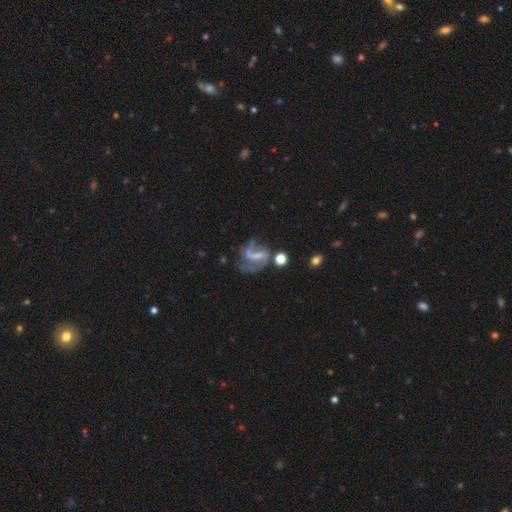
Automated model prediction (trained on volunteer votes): A featured or disk galaxy (78%) with a weak bar (43%), 2 (70%) loose (49%) spiral arms (87%) and no central bulge (42%).

Vote fractions:
- Smooth or featured? featured or disk: 78% / smooth: 13% / star or artifact: 9%
- Edge-on disk? no: 97% / yes: 3%
- Bar? weak: 43% / strong: 36% / no: 21%
- Spiral arms? yes: 87% / no: 13%
- Spiral winding? loose: 49% / medium: 40% / tight: 11%
- Spiral arm count? 2: 70% / 1: 16% / can't tell: 8% / 3: 4% / 4: 2% / more than 4: 2%
- Bulge size? none: 42% / small: 39% / moderate: 16% / large: 3% / dominant: 1%
- Merging? none: 40% / major disturbance: 31% / minor disturbance: 20% / merger: 10%